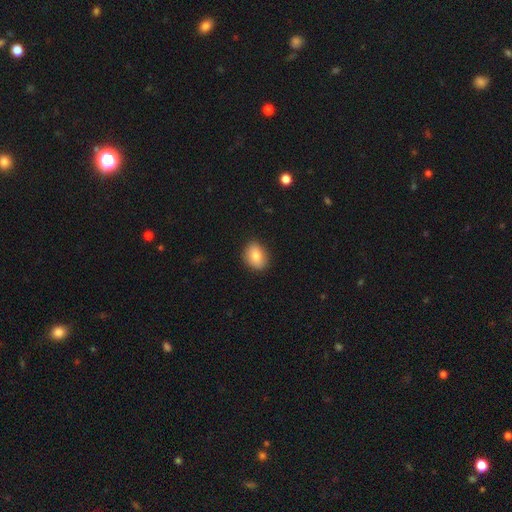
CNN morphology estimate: smooth_or_featured: smooth (p=0.81) [alt: featured or disk p=0.11]
how_rounded: in between (p=0.65) [alt: round p=0.34]
merging: none (p=0.87) [alt: minor disturbance p=0.09]